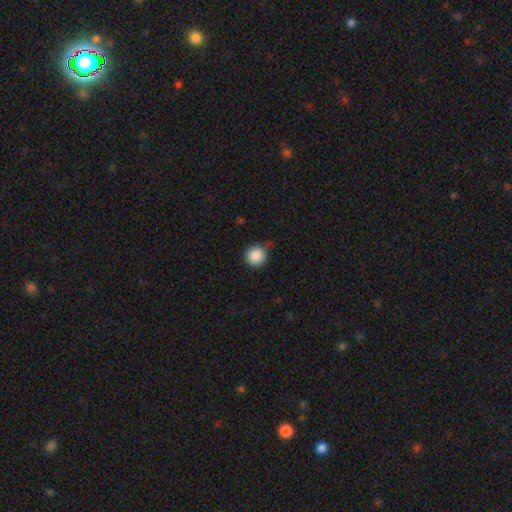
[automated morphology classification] This appears to be a smooth galaxy with no disk features (88%) that is round (95%). Merging: none (69%).